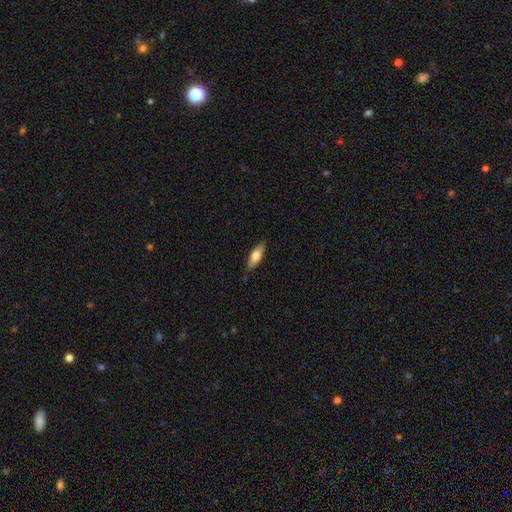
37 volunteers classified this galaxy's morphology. A smooth galaxy with no disk features (76%) that is cigar-shaped (54%). Merging: none (77%).